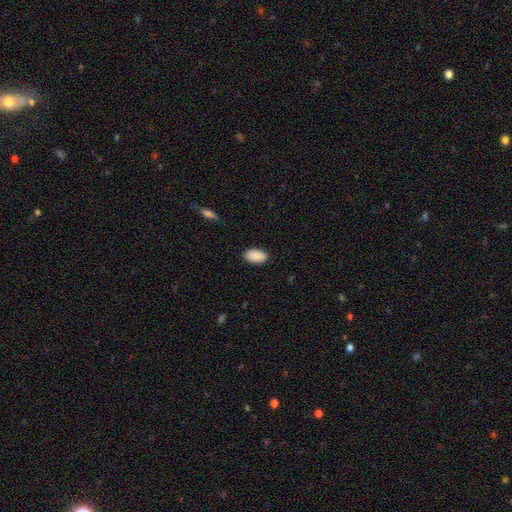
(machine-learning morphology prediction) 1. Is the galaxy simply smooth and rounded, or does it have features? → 91% smooth, 6% star or artifact, 3% featured or disk.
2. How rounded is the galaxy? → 95% in between, 4% round, 2% cigar-shaped.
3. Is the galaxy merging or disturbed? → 88% none, 9% minor disturbance, 2% major disturbance, 1% merger.